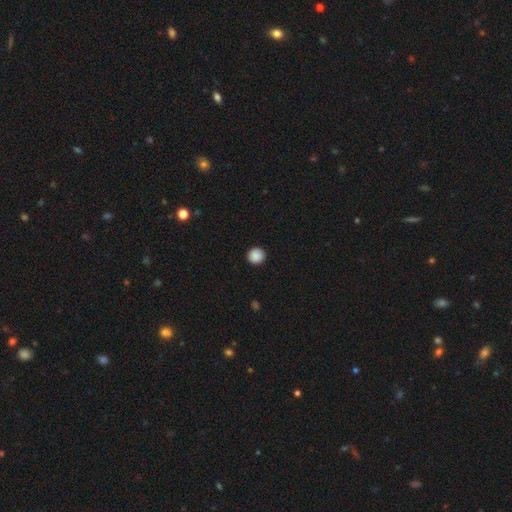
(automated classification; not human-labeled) The model was most divided on "smooth or featured": smooth: 88%, star or artifact: 8%, featured or disk: 3%. More confident: how rounded — round (95%); merging — none (92%).